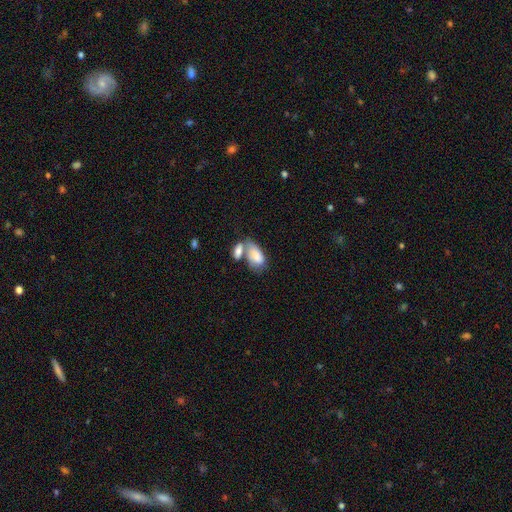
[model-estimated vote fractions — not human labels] This is likely a smooth galaxy (76%). How rounded: clearly in between (93%). Merging: possibly merger (58%).